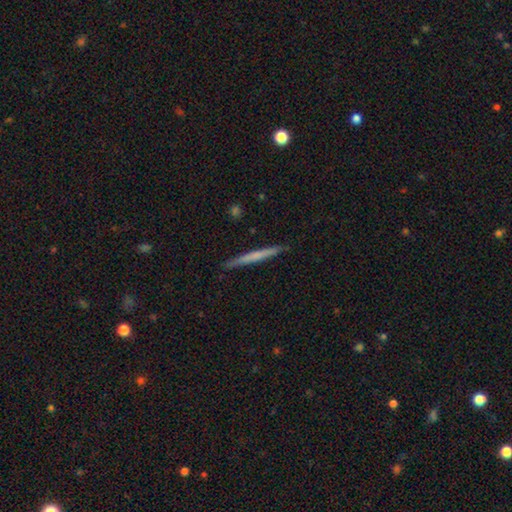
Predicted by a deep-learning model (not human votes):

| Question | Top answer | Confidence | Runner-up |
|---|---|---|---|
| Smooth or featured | smooth | 49% | featured or disk (45%) |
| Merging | none | 91% | minor disturbance (7%) |